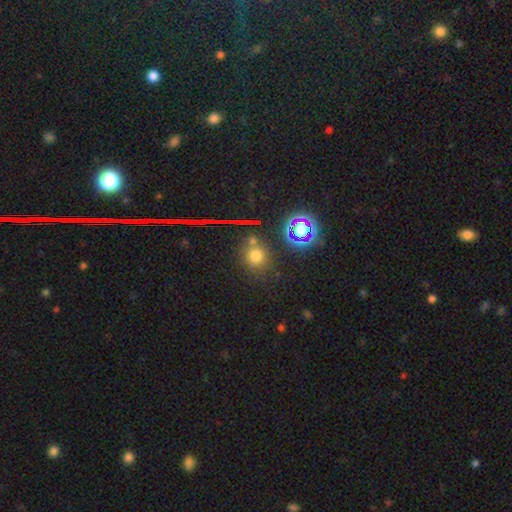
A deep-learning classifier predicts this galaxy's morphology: Q: Smooth or featured?
A: smooth (64%); runner-up: star or artifact (27%)
Q: How rounded?
A: round (82%); runner-up: in between (16%)
Q: Merging?
A: none (73%); runner-up: minor disturbance (11%)